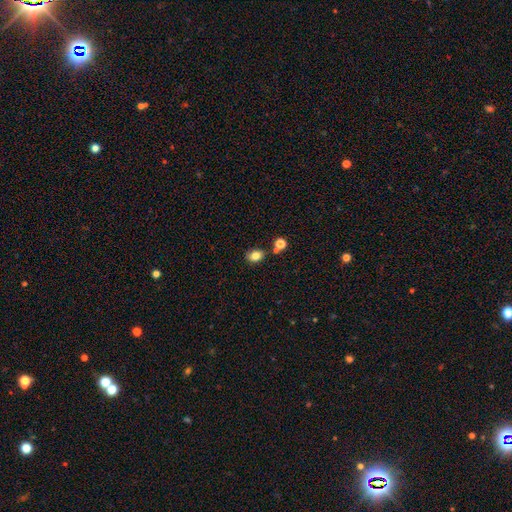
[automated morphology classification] smooth-or-featured: smooth: 82% | star or artifact: 11% | featured or disk: 7%
  how-rounded: in between: 62% | round: 37% | cigar-shaped: 1%
  merging: none: 74% | minor disturbance: 12% | merger: 11% | major disturbance: 3%